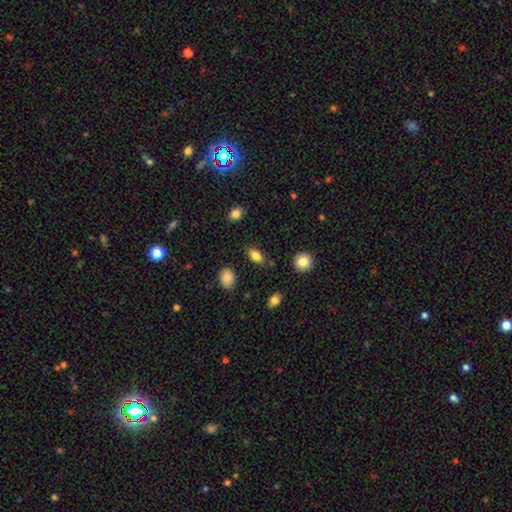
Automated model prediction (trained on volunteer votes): Smooth or featured? Predicted: smooth (p=0.82). How rounded? Predicted: in between (p=0.87). Merging? Predicted: none (p=0.83).